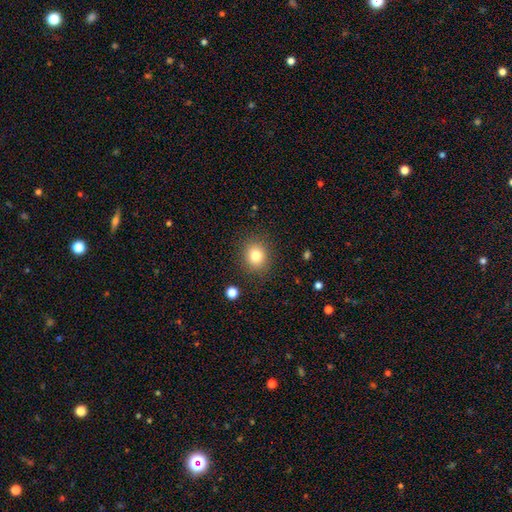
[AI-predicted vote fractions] Smooth or featured? smooth (81%)
How rounded? round (77%)
Merging? none (87%)